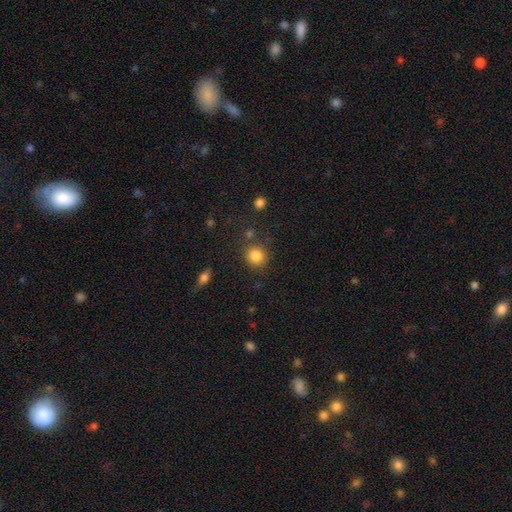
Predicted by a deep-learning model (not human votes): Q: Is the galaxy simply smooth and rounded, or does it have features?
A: smooth — 85%.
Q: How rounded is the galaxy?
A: round — 88%.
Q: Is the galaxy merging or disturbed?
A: none — 81%.